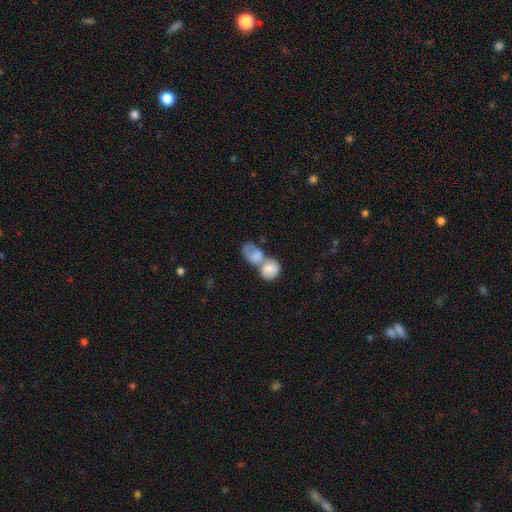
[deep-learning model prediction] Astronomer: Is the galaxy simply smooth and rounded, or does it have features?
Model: smooth — 73%.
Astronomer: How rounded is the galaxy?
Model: in between — 74%.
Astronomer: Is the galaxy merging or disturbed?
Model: merger — 80%.